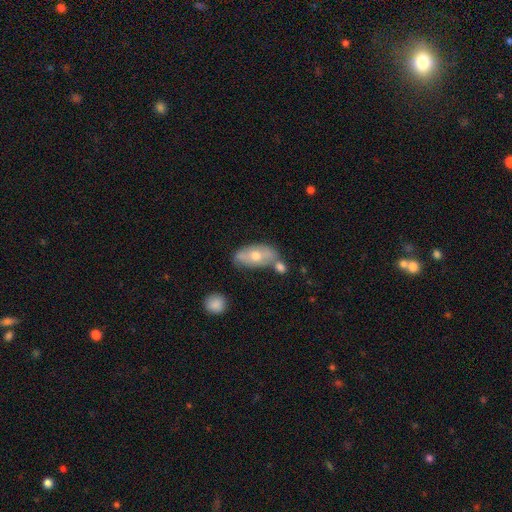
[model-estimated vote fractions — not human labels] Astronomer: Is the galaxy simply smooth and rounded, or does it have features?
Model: smooth — 55% (runner-up: featured or disk, 38%).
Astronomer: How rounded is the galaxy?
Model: in between — 88%.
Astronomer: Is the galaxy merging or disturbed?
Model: none — 52%.